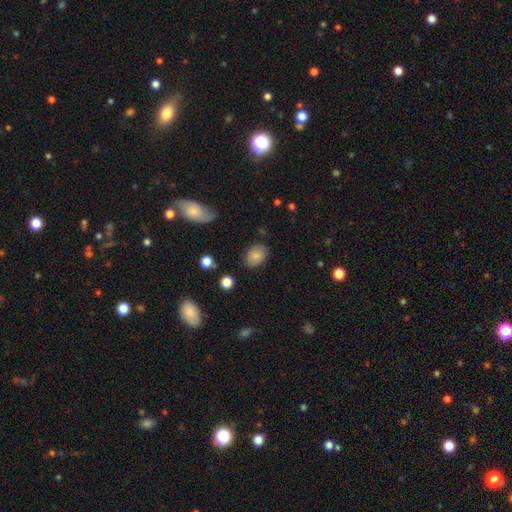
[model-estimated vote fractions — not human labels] Smooth or featured? smooth (82%)
How rounded? in between (77%)
Merging? none (81%)